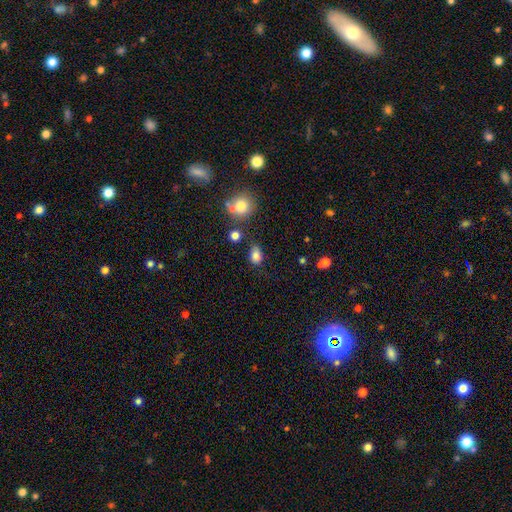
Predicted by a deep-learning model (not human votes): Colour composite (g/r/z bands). It shows a smooth galaxy with no disk features (82%) that is in between round and cigar-shaped (70%). Merging: none (67%).